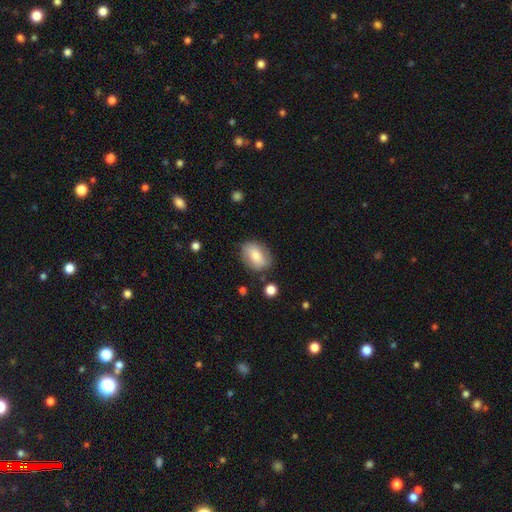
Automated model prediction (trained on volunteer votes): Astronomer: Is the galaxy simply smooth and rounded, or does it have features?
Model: smooth — 69%.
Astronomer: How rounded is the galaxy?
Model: in between — 75%.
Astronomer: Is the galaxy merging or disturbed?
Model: none — 77%.